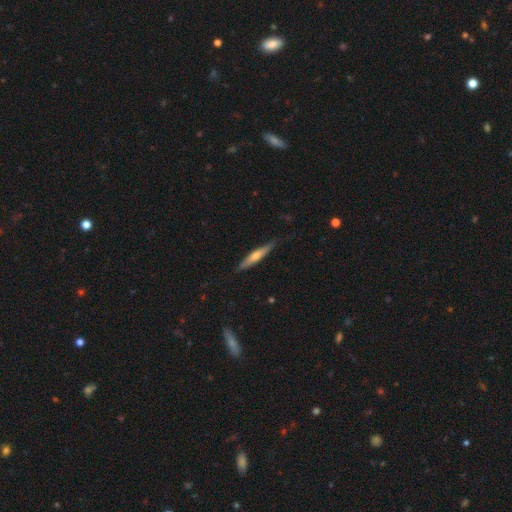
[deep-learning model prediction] This appears to be a featured or disk galaxy (51%) viewed edge-on (93%). Merging: none (85%).